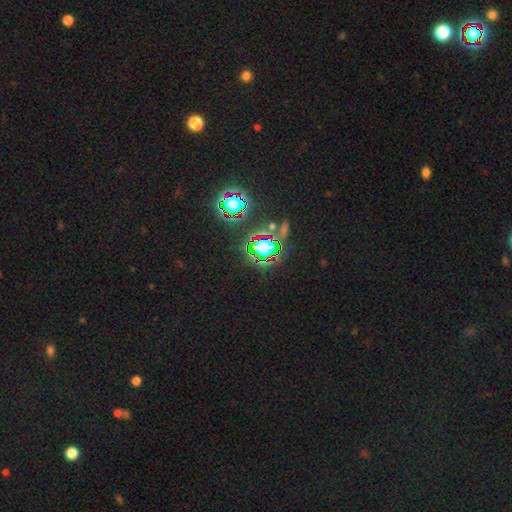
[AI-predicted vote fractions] Smooth or featured? star or artifact (76%)